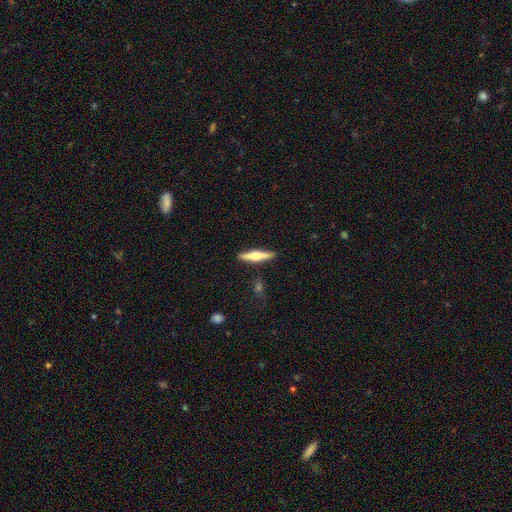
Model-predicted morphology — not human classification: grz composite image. It shows a featured or disk galaxy (55%) viewed edge-on (96%) with a rounded central bulge (92%). Merging: none (88%).